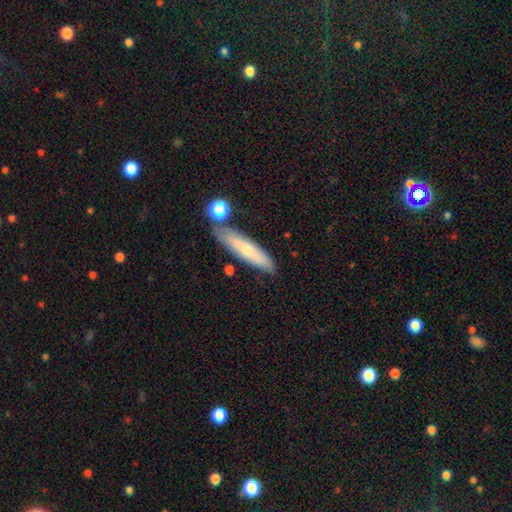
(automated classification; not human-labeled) This is likely a smooth galaxy (67%). How rounded: likely cigar-shaped (77%). Merging: likely none (75%).